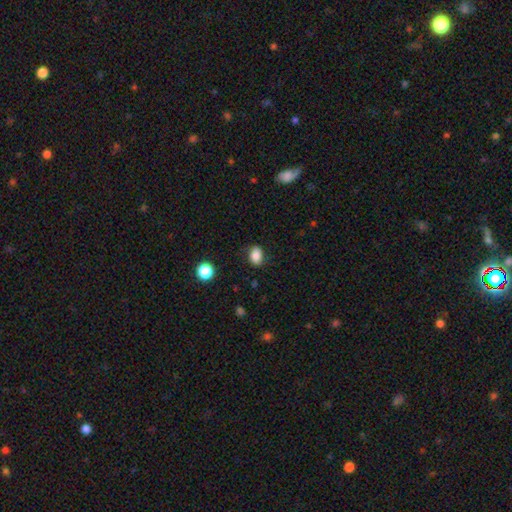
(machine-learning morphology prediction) type=smooth (84%); roundness=in between (68%); merging=none (83%).